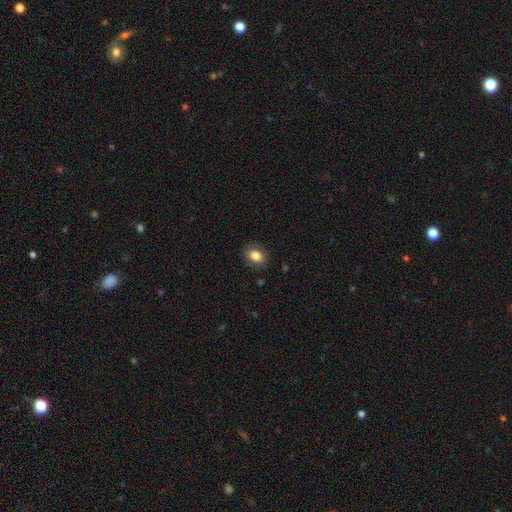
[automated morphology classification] Q: Smooth or featured?
A: smooth (82%); runner-up: featured or disk (9%)
Q: How rounded?
A: in between (57%); runner-up: round (42%)
Q: Merging?
A: none (86%); runner-up: minor disturbance (10%)